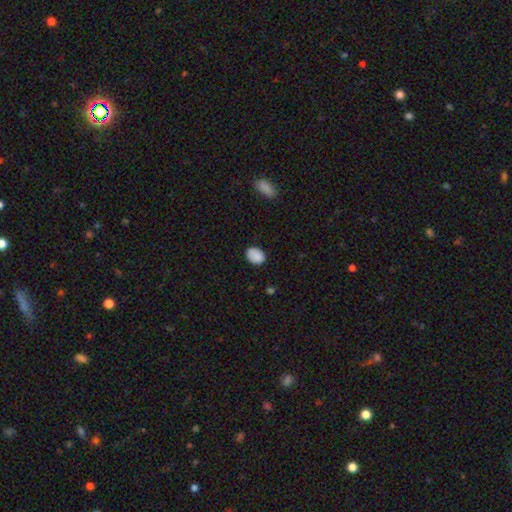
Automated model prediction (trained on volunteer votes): smooth_or_featured: smooth (p=0.88) [alt: star or artifact p=0.08]
how_rounded: in between (p=0.63) [alt: round p=0.36]
merging: none (p=0.81) [alt: minor disturbance p=0.15]